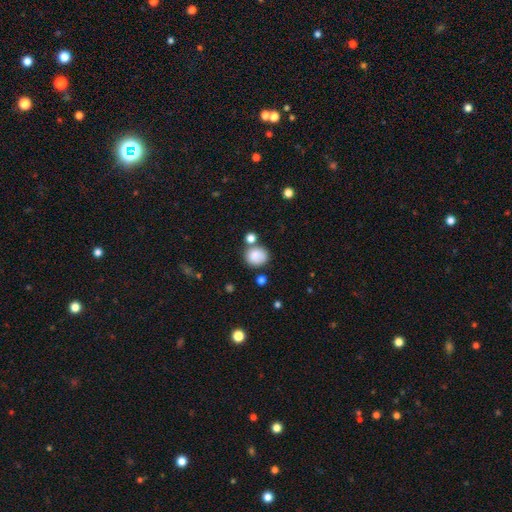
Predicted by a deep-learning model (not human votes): Smooth or featured?
  - smooth: 84% *
  - star or artifact: 9%
  - featured or disk: 7%
How rounded?
  - round: 78% *
  - in between: 21%
  - cigar-shaped: 1%
Merging?
  - none: 64% *
  - merger: 16%
  - minor disturbance: 15%
  - major disturbance: 5%